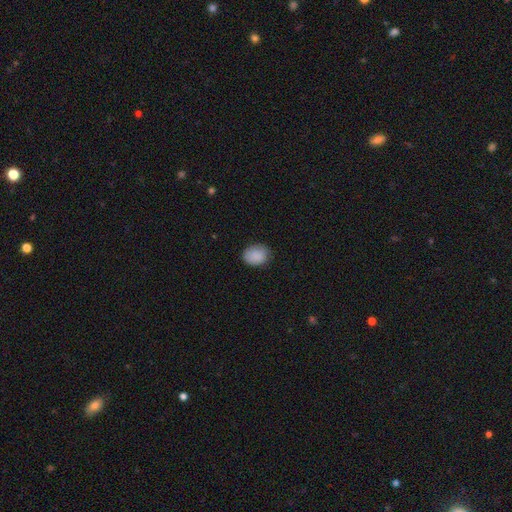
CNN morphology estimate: smooth 88%, star or artifact 8%, featured or disk 4%. Down the decision tree: how rounded — in between (53%); merging — none (79%).